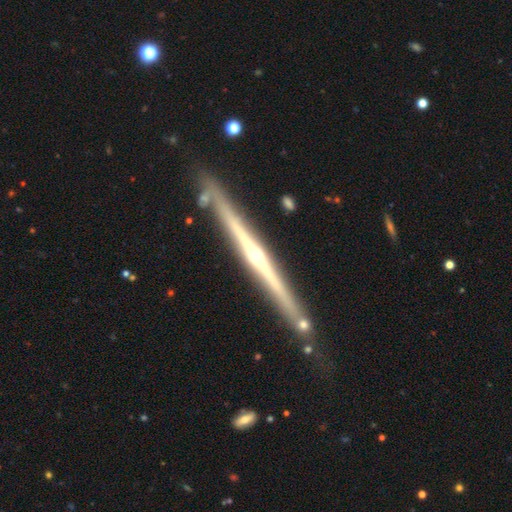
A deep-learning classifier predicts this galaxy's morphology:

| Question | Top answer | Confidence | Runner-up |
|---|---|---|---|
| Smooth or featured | featured or disk | 85% | smooth (10%) |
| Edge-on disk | yes | 98% | no (2%) |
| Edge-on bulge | rounded | 79% | none (17%) |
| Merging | none | 84% | minor disturbance (11%) |